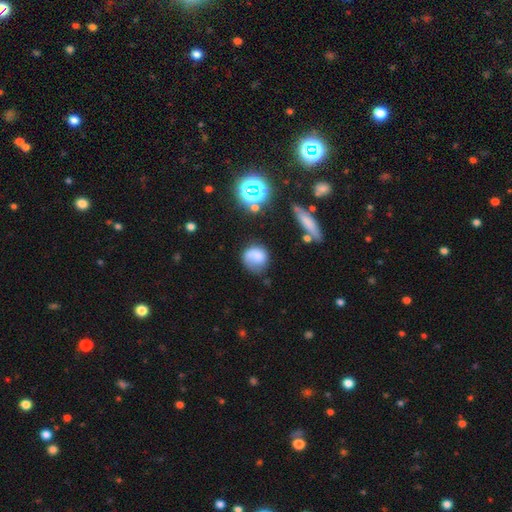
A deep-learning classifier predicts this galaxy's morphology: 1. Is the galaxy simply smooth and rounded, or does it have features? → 66% smooth, 22% featured or disk, 12% star or artifact.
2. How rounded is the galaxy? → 79% round, 19% in between, 1% cigar-shaped.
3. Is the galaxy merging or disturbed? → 52% none, 26% minor disturbance, 17% major disturbance, 6% merger.